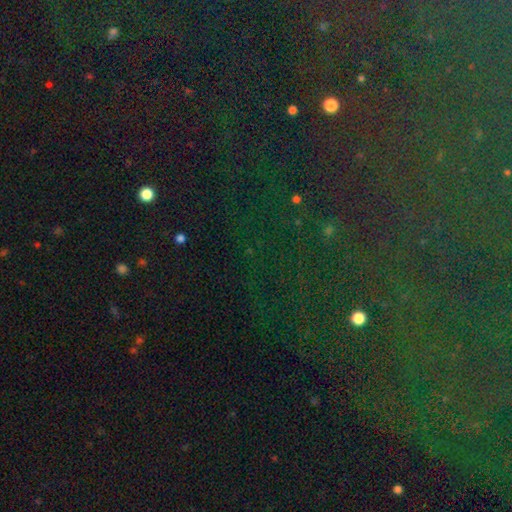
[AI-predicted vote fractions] star or artifact 81%, smooth 11%, featured or disk 8%.